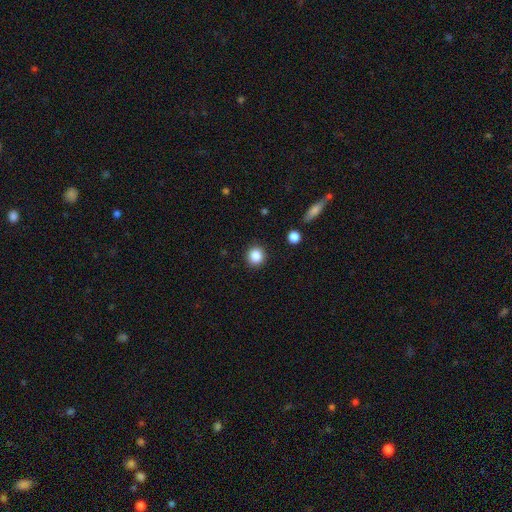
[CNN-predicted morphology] Smooth or featured? Predicted: smooth (p=0.86). How rounded? Predicted: round (p=0.92). Merging? Predicted: none (p=0.91).